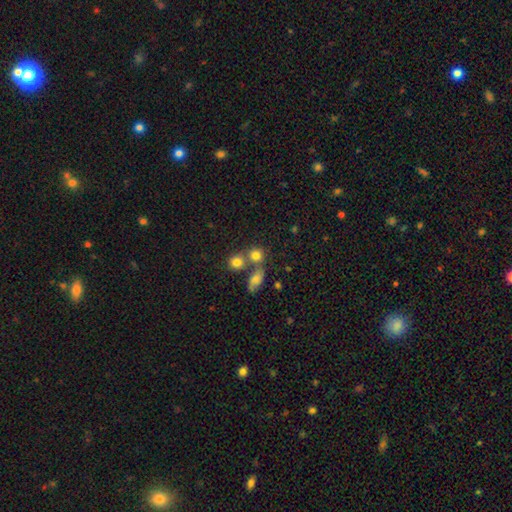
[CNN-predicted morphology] Smooth or featured: smooth — 78% (star or artifact — 12%)
How rounded: round — 80% (in between — 19%)
Merging: none — 51% (merger — 35%)